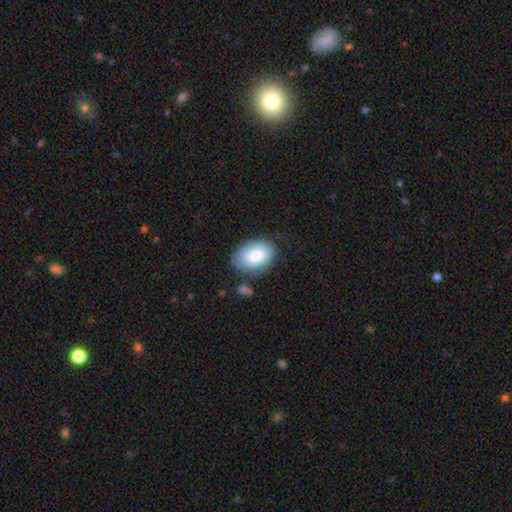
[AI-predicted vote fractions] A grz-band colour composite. It shows a smooth galaxy with no disk features (82%) that is in between round and cigar-shaped (88%). Merging: none (74%).